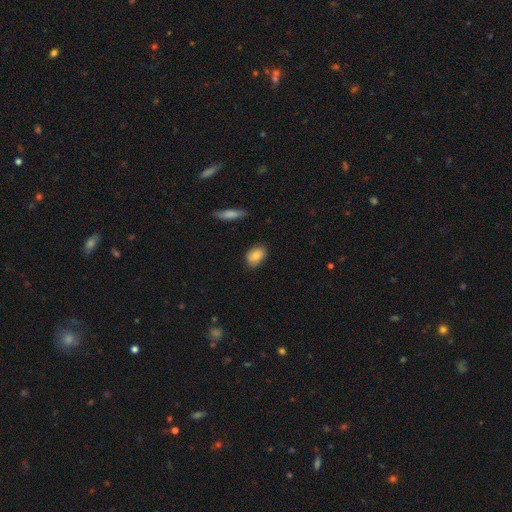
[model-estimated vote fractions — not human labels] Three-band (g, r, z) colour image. It shows a smooth galaxy with no disk features (77%) that is in between round and cigar-shaped (83%). Merging: none (77%).